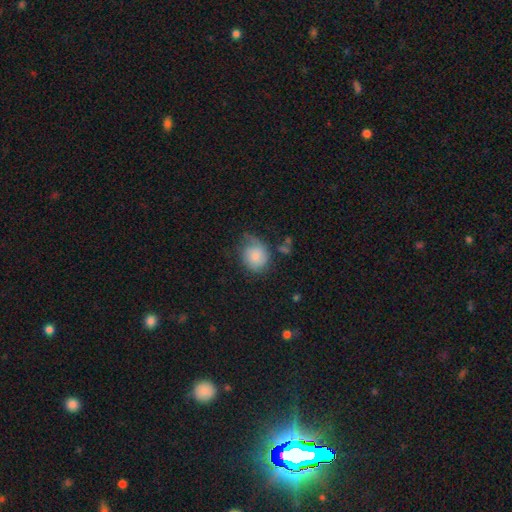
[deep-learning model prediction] The model was most divided on "merging": none: 41%, minor disturbance: 36%, major disturbance: 19%, merger: 4%. More confident: smooth or featured — smooth (72%); how rounded — round (62%).